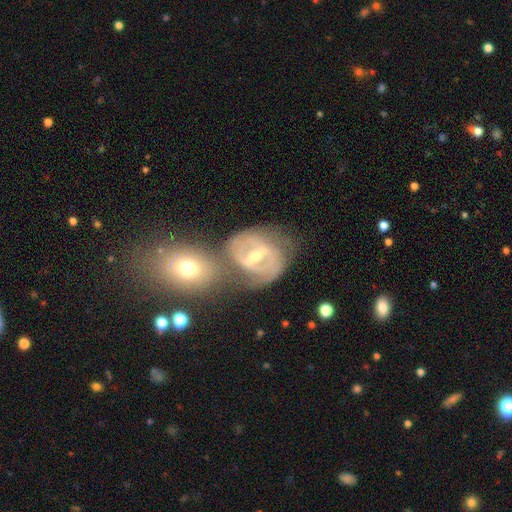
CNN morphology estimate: This is clearly a featured or disk galaxy (81%). It is clearly not viewed edge-on (95%). Bar: possibly strong (56%). Spiral arm pattern: clearly yes (81%). Spiral arm count: likely 2 (65%). Spiral winding: possibly tight (45%). Central bulge: possibly moderate (54%). Merging: marginally none (44%).